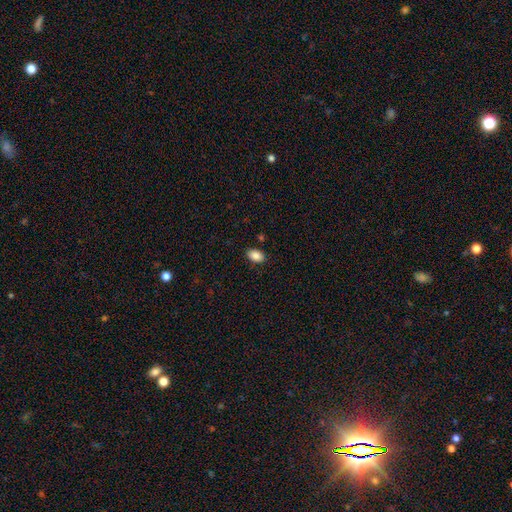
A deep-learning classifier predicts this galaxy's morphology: smooth 86%, star or artifact 8%, featured or disk 6%. Down the decision tree: how rounded — in between (88%); merging — none (87%).